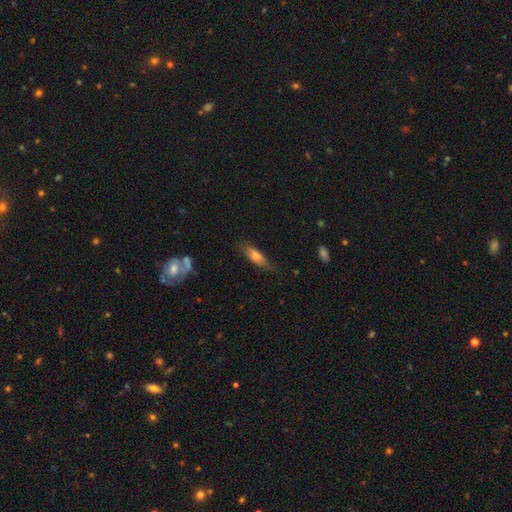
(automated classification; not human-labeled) smooth-or-featured: smooth: 63% | featured or disk: 29% | star or artifact: 7%
  how-rounded: cigar-shaped: 57% | in between: 40% | round: 2%
  merging: none: 76% | minor disturbance: 18% | major disturbance: 4% | merger: 2%